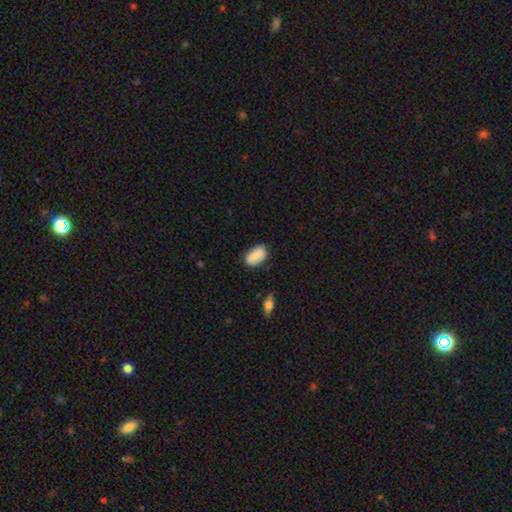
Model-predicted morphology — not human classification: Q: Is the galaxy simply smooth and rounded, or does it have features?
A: smooth — 85%.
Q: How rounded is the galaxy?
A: in between — 92%.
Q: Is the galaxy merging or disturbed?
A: none — 74%.